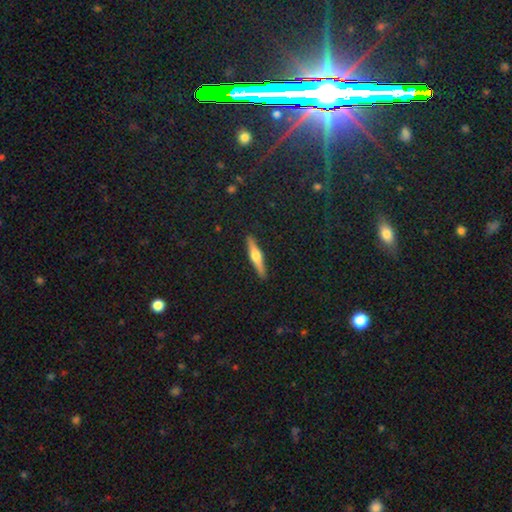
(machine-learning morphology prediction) Smooth or featured? featured or disk (62%)
Edge-on disk? yes (97%)
Edge-on bulge? rounded (90%)
Merging? none (91%)